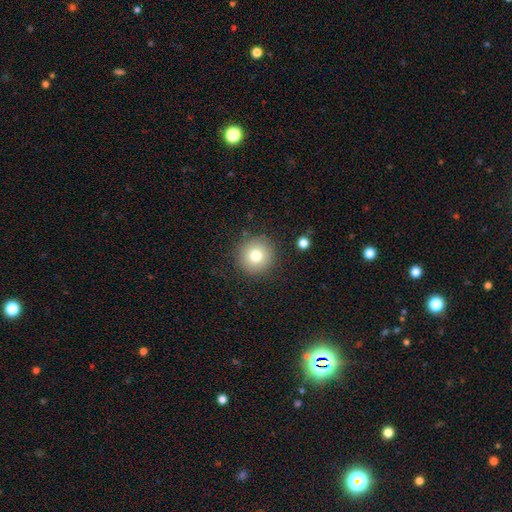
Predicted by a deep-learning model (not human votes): Smooth or featured: smooth — 77% (star or artifact — 12%)
How rounded: round — 95% (in between — 4%)
Merging: none — 88% (minor disturbance — 7%)